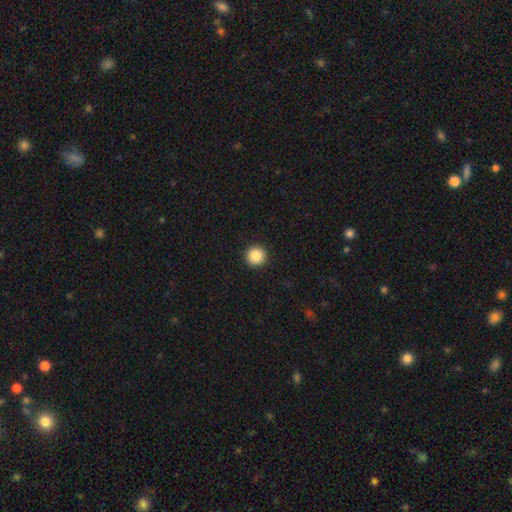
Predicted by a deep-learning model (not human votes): Smooth or featured: smooth — 87% (star or artifact — 9%)
How rounded: round — 96% (in between — 3%)
Merging: none — 94% (minor disturbance — 4%)